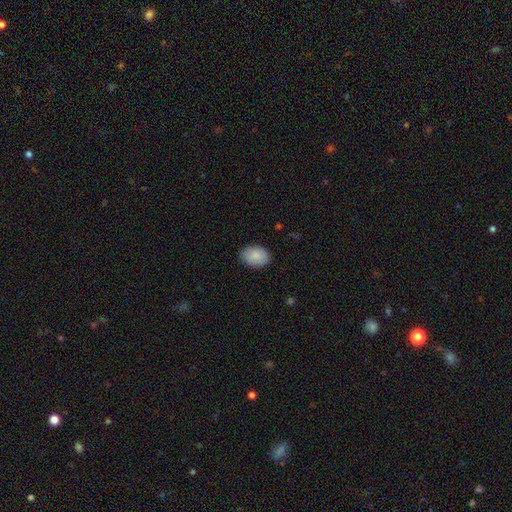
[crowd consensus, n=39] Morphology: type=smooth (90%); roundness=in between (83%); merging=none (95%).